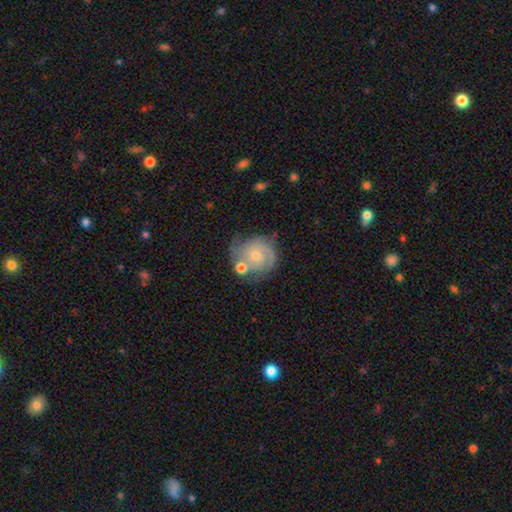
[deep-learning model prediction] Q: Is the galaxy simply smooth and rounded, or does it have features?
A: featured or disk — 73%.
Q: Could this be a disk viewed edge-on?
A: no — 98%.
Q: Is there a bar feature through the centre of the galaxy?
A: no — 74%.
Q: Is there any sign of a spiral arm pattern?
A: yes — 92%.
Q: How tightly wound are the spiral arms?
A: tight — 59%.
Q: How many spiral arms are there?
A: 2 — 50%.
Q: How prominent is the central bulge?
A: small — 64%.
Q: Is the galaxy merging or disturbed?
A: none — 61%.